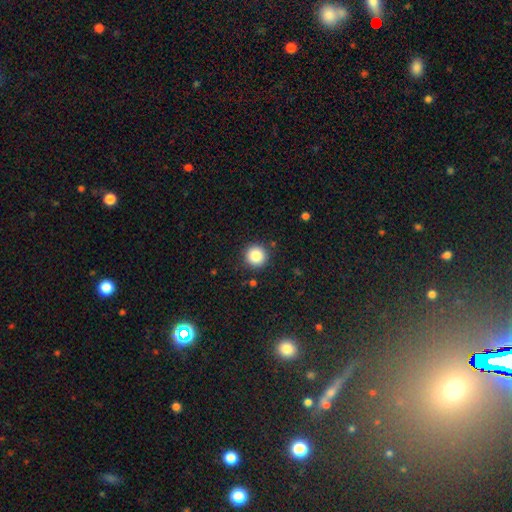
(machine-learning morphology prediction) Overall: smooth (86%). How rounded: round (96%). Merging: none (91%).